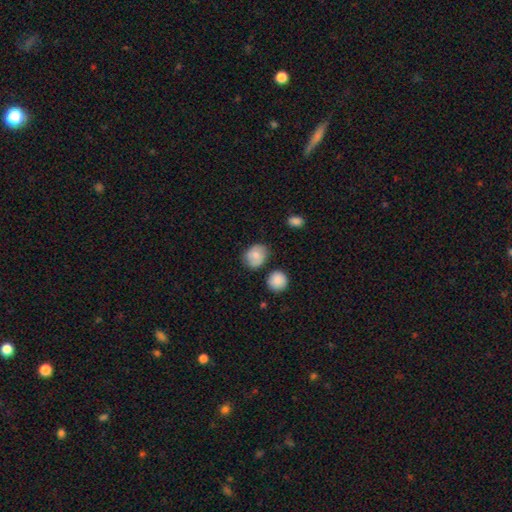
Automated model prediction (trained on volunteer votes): Morphology: type=smooth (75%); roundness=round (56%); merging=none (71%).